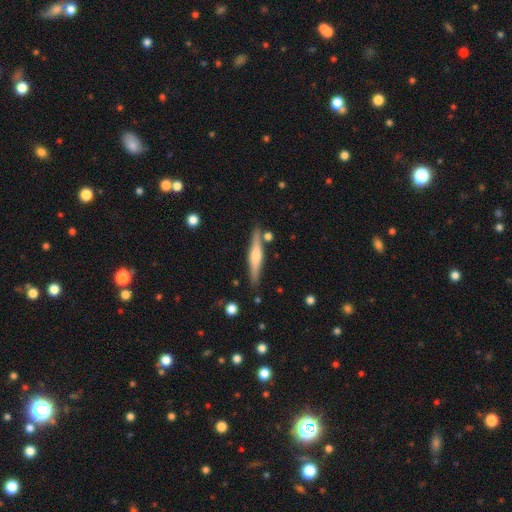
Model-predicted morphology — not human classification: This is likely a featured or disk galaxy (63%). It is clearly viewed edge-on (97%). Edge-on bulge: likely rounded (79%). Merging: clearly none (84%).